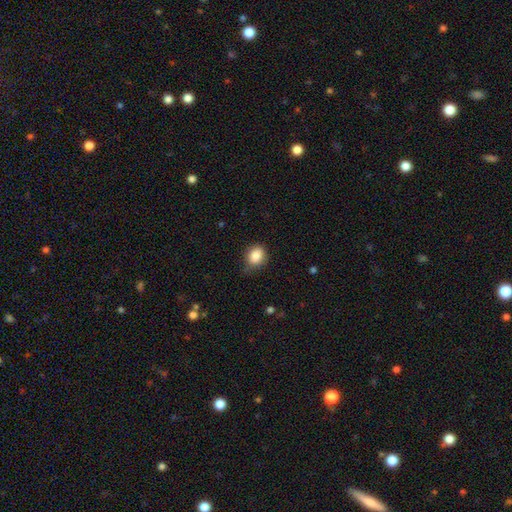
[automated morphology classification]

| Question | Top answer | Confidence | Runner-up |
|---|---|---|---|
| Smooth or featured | smooth | 86% | star or artifact (9%) |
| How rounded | round | 57% | in between (42%) |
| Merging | none | 70% | minor disturbance (24%) |